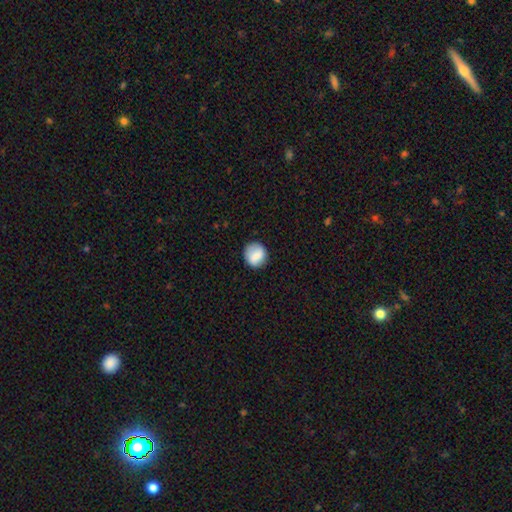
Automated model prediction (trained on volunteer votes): Smooth or featured? smooth (79%)
How rounded? round (88%)
Merging? none (83%)